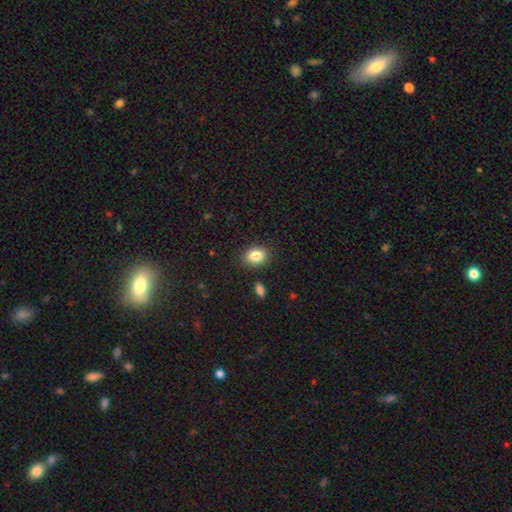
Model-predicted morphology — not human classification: Smooth or featured: smooth — 85% (star or artifact — 9%)
How rounded: in between — 65% (round — 34%)
Merging: none — 86% (minor disturbance — 9%)